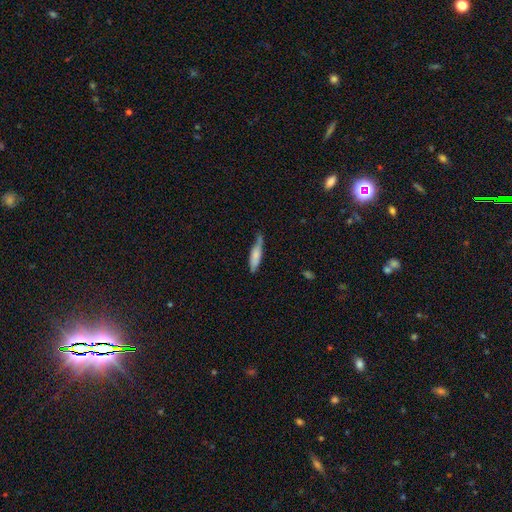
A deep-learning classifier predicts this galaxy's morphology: smooth_or_featured: smooth (p=0.73) [alt: featured or disk p=0.22]
how_rounded: cigar-shaped (p=0.71) [alt: in between p=0.27]
merging: none (p=0.53) [alt: minor disturbance p=0.34]